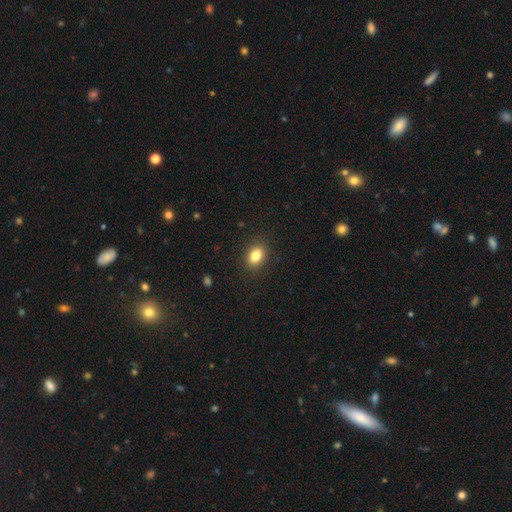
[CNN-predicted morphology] Q: Smooth or featured?
A: smooth (83%); runner-up: star or artifact (10%)
Q: How rounded?
A: in between (71%); runner-up: round (27%)
Q: Merging?
A: none (89%); runner-up: minor disturbance (8%)